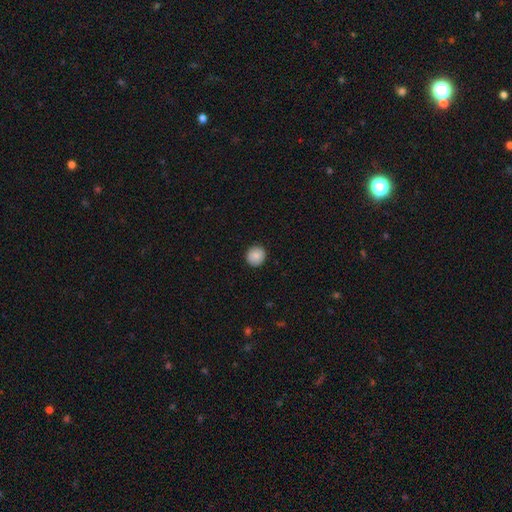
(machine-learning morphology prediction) Smooth or featured: smooth — 84% (featured or disk — 8%)
How rounded: round — 91% (in between — 8%)
Merging: none — 91% (minor disturbance — 7%)